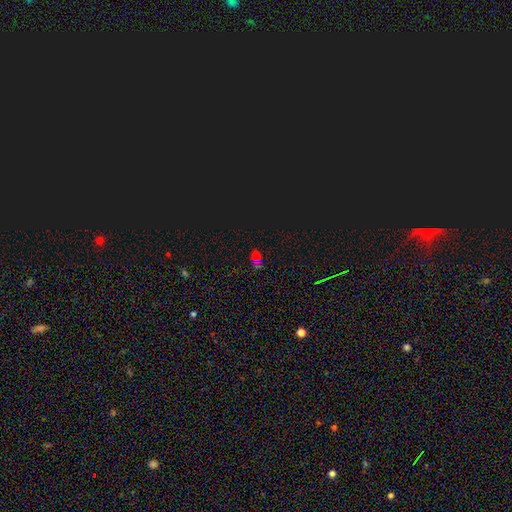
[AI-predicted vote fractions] The model was most divided on "smooth or featured": smooth: 49%, star or artifact: 43%, featured or disk: 8%. More confident: merging — none (74%).